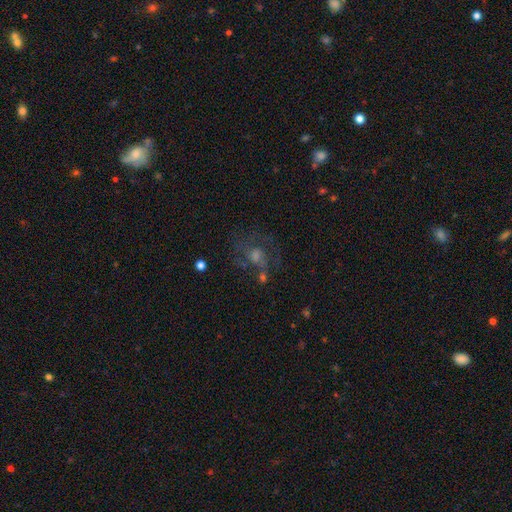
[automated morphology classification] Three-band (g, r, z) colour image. It shows a featured or disk galaxy (53%) with no bar (72%), spiral arms (69%) and a moderate central bulge (49%). Merging: none (56%).